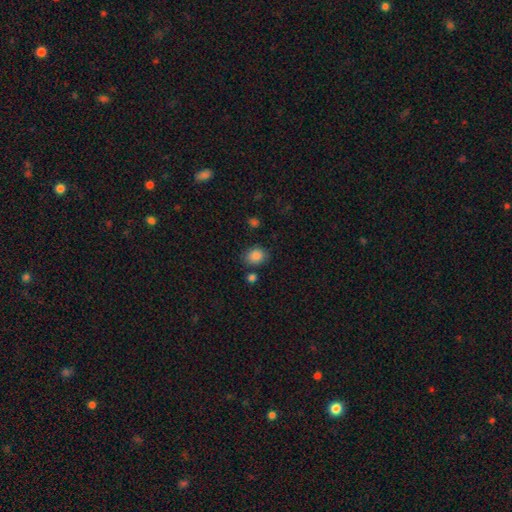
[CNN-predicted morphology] Overall: smooth (87%). How rounded: round (53%; in between 46%). Merging: none (77%).